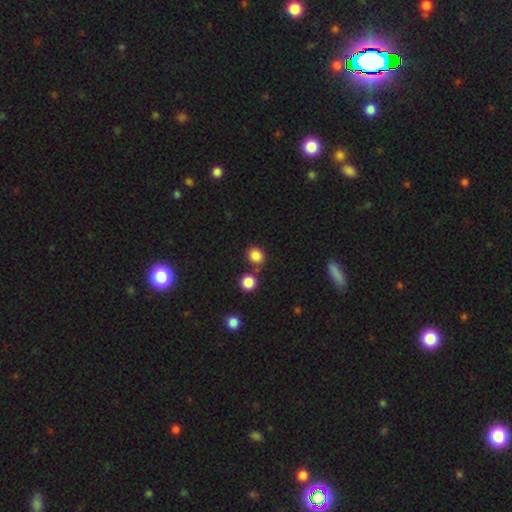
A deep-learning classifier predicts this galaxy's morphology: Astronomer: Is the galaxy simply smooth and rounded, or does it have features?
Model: smooth — 84%.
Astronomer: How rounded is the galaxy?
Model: round — 70%.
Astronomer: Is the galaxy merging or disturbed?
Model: none — 72%.